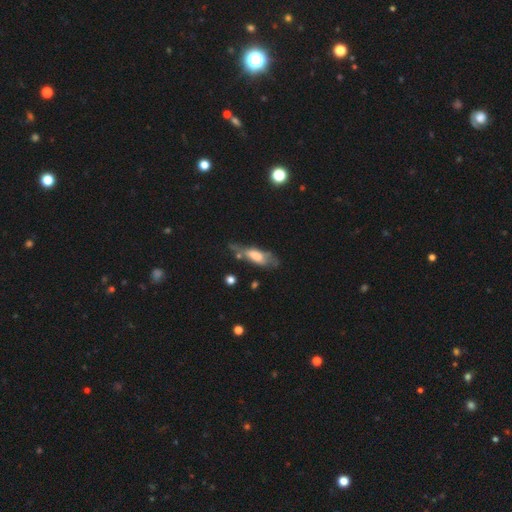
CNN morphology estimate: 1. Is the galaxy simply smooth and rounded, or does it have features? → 50% smooth, 42% featured or disk, 8% star or artifact.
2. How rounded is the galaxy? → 62% in between, 36% cigar-shaped, 2% round.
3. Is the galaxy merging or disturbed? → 38% none, 31% minor disturbance, 23% major disturbance, 8% merger.